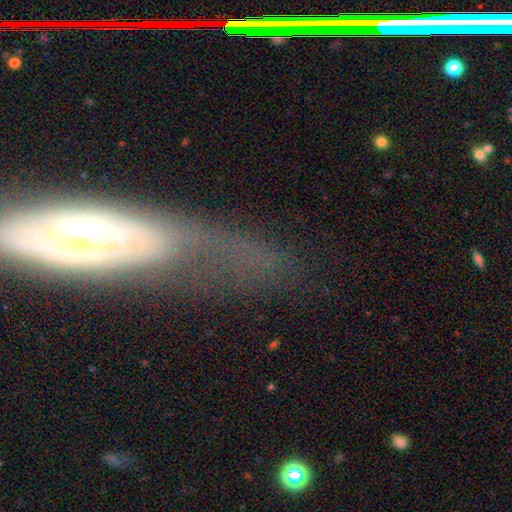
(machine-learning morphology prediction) Smooth or featured: featured or disk — 69% (smooth — 19%)
Edge-on disk: no — 74% (yes — 26%)
Bar: no — 66% (weak — 22%)
Spiral arms: yes — 65% (no — 35%)
Bulge size: moderate — 49% (small — 41%)
Merging: none — 56% (minor disturbance — 22%)